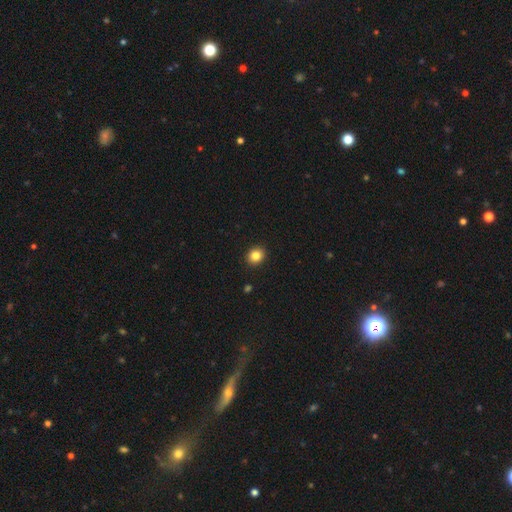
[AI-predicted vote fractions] Q: Smooth or featured?
A: smooth (84%); runner-up: star or artifact (10%)
Q: How rounded?
A: round (73%); runner-up: in between (26%)
Q: Merging?
A: none (92%); runner-up: minor disturbance (5%)